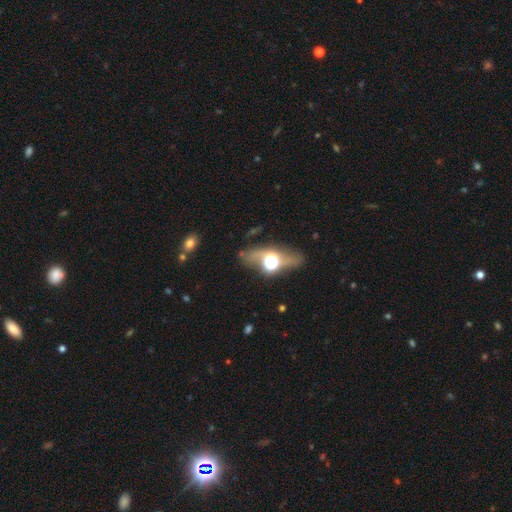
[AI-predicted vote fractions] Smooth or featured: featured or disk — 45% (smooth — 32%)
Merging: none — 69% (minor disturbance — 15%)